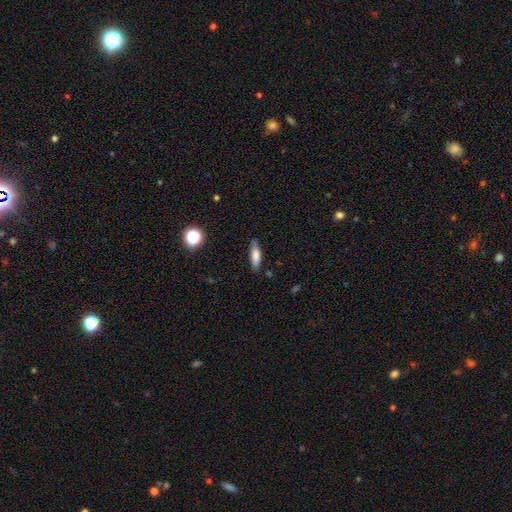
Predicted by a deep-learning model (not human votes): Smooth or featured?
  - smooth: 75% *
  - featured or disk: 17%
  - star or artifact: 8%
How rounded?
  - in between: 49% * (tied)
  - cigar-shaped: 49% * (tied)
  - round: 2%
Merging?
  - none: 81% *
  - minor disturbance: 14%
  - major disturbance: 3%
  - merger: 2%